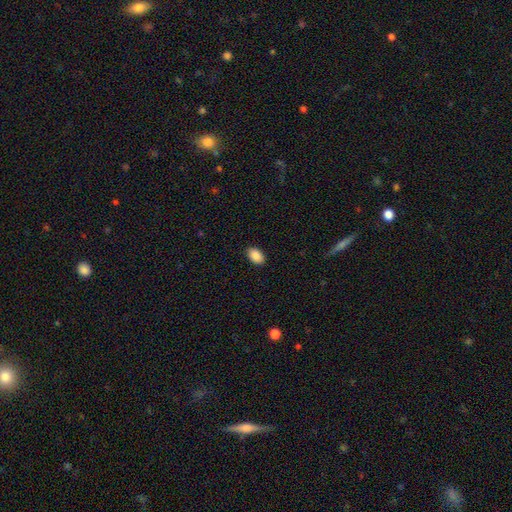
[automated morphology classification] This is clearly a smooth galaxy (89%). How rounded: clearly in between (91%). Merging: clearly none (89%).